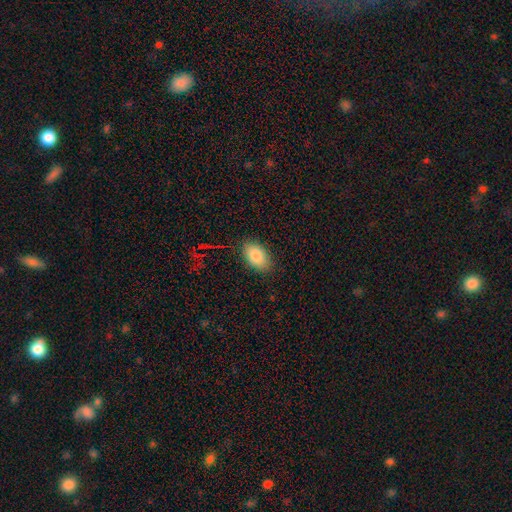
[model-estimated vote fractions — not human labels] A smooth galaxy with no disk features (85%) that is in between round and cigar-shaped (92%). Merging: none (84%).